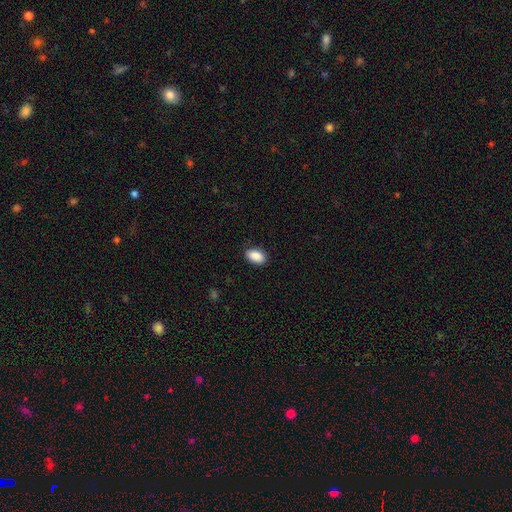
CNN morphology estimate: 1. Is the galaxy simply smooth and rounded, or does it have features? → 90% smooth, 7% star or artifact, 3% featured or disk.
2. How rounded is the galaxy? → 93% in between, 6% round, 2% cigar-shaped.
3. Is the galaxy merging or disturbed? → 86% none, 11% minor disturbance, 2% major disturbance, 1% merger.